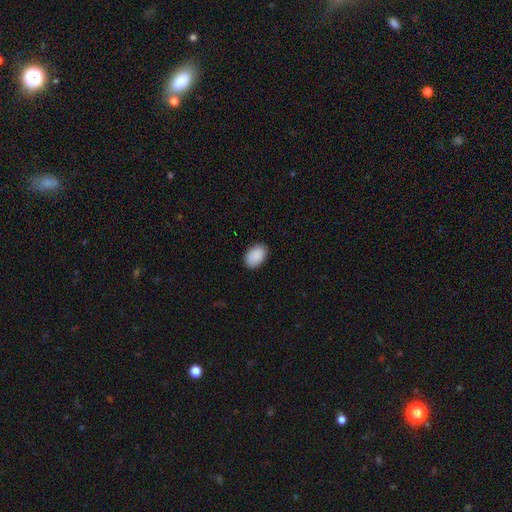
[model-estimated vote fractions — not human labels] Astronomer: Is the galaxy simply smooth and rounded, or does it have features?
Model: smooth — 90%.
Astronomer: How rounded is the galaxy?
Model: in between — 89%.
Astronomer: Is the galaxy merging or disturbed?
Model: none — 87%.